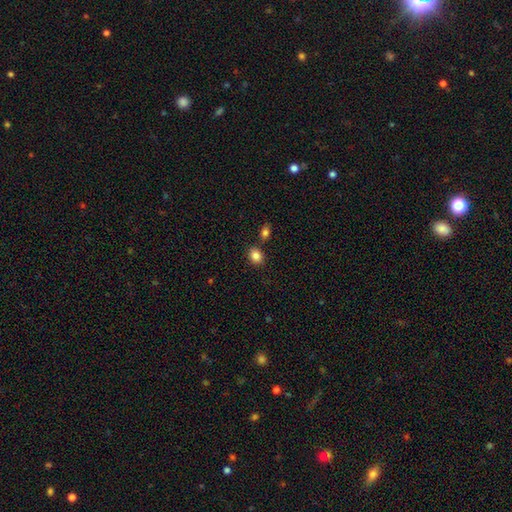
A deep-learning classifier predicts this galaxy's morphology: Smooth or featured?
  - smooth: 85% *
  - star or artifact: 10%
  - featured or disk: 5%
How rounded?
  - round: 52% *
  - in between: 47%
  - cigar-shaped: 1%
Merging?
  - none: 76% *
  - merger: 11%
  - minor disturbance: 10%
  - major disturbance: 3%